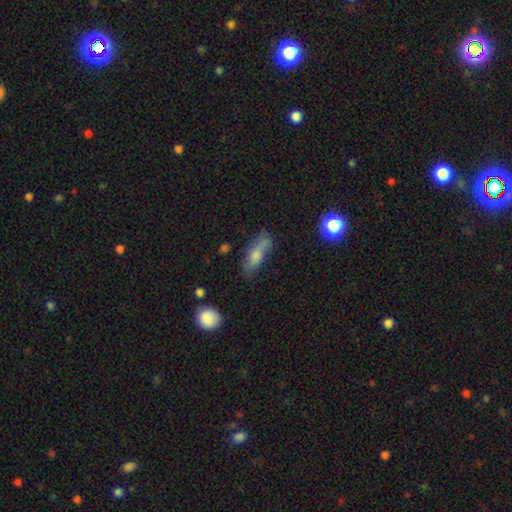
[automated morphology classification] Smooth or featured: smooth — 62% (featured or disk — 29%)
How rounded: in between — 57% (cigar-shaped — 38%)
Merging: none — 57% (minor disturbance — 28%)